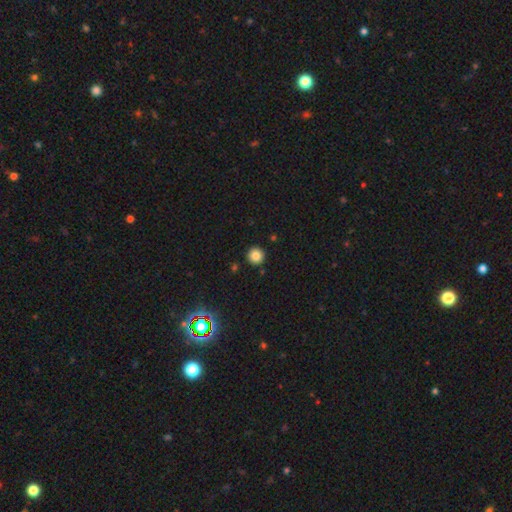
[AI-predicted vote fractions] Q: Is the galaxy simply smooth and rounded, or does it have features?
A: smooth — 83%.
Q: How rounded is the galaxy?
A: round — 95%.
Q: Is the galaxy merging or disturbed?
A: none — 91%.